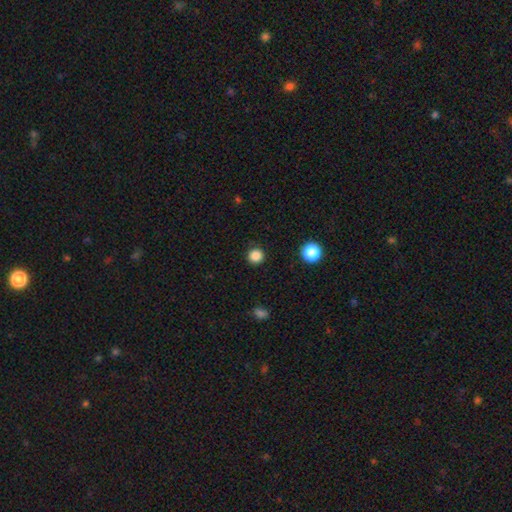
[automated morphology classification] A smooth galaxy with no disk features (85%) that is round (95%).

Vote fractions:
- Smooth or featured? smooth: 85% / star or artifact: 12% / featured or disk: 3%
- How rounded? round: 95% / in between: 4% / cigar-shaped: 1%
- Merging? none: 91% / minor disturbance: 6% / major disturbance: 2% / merger: 1%